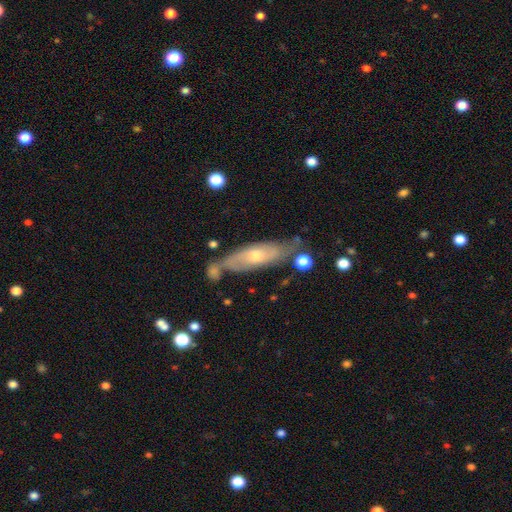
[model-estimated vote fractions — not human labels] Smooth or featured?
  - featured or disk: 58% *
  - smooth: 36%
  - star or artifact: 7%
Edge-on disk?
  - no: 60% *
  - yes: 40%
Merging?
  - none: 60% *
  - minor disturbance: 22%
  - merger: 11%
  - major disturbance: 7%